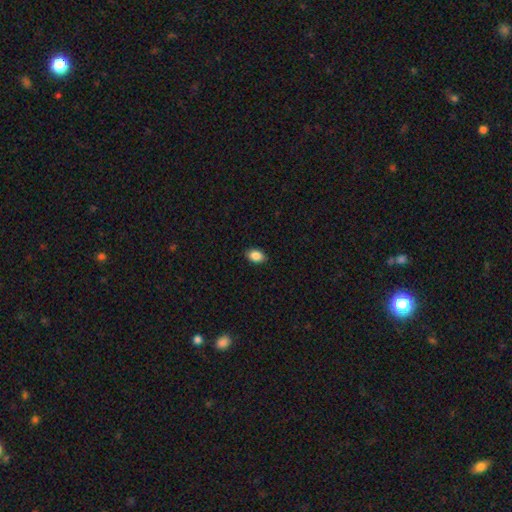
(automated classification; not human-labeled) Smooth or featured: smooth — 88% (star or artifact — 8%)
How rounded: in between — 83% (round — 16%)
Merging: none — 89% (minor disturbance — 8%)